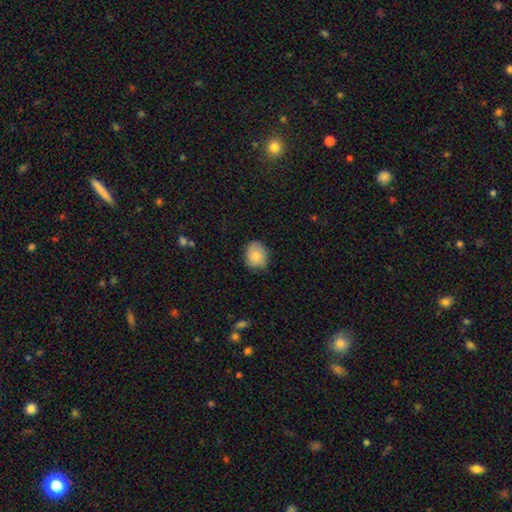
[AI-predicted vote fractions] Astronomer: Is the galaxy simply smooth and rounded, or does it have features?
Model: smooth — 84%.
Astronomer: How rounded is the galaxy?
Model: round — 65%.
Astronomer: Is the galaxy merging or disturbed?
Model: none — 72%.